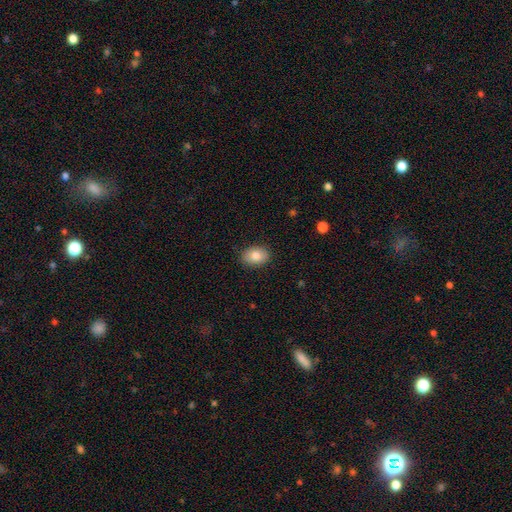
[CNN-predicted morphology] The model was most divided on "how rounded": in between: 76%, round: 23%, cigar-shaped: 1%. More confident: merging — none (88%); smooth or featured — smooth (83%).